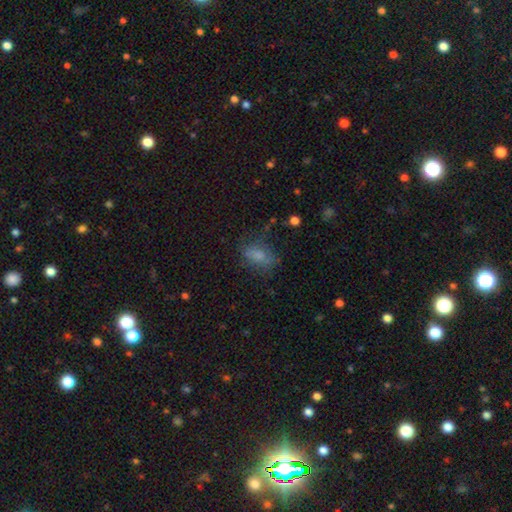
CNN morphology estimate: A smooth galaxy with no disk features (59%) that is in between round and cigar-shaped (78%).

Vote fractions:
- Smooth or featured? smooth: 59% / featured or disk: 21% / star or artifact: 20%
- How rounded? in between: 78% / round: 13% / cigar-shaped: 9%
- Merging? none: 64% / minor disturbance: 21% / major disturbance: 13% / merger: 2%